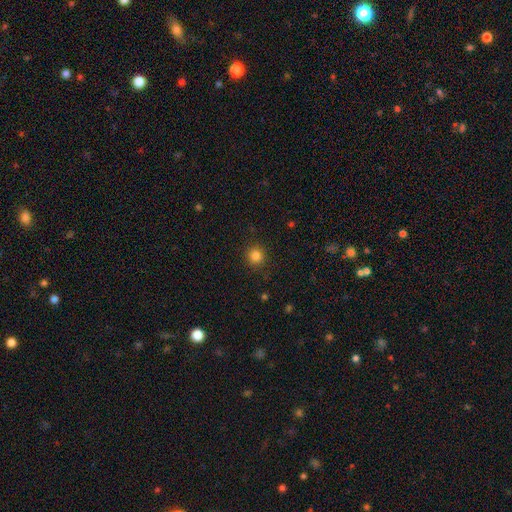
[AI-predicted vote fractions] Smooth or featured?
  - smooth: 83% *
  - star or artifact: 12%
  - featured or disk: 5%
How rounded?
  - round: 91% *
  - in between: 8%
  - cigar-shaped: 1%
Merging?
  - none: 89% *
  - minor disturbance: 7%
  - major disturbance: 3%
  - merger: 1%